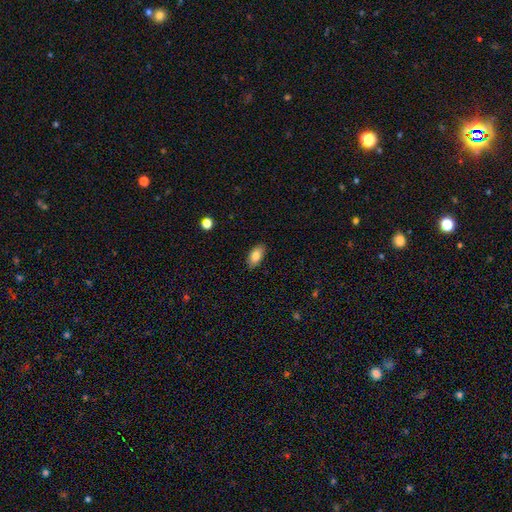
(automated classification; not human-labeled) This is clearly a smooth galaxy (83%). How rounded: clearly in between (91%). Merging: clearly none (88%).